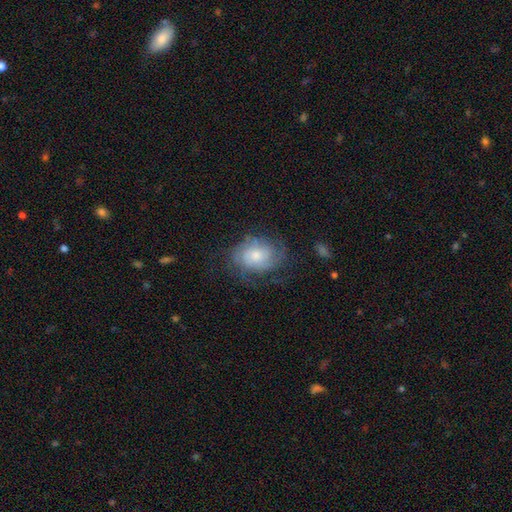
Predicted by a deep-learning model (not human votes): smooth_or_featured: featured or disk (p=0.55) [alt: smooth p=0.37]
disk_edge_on: no (p=0.97) [alt: yes p=0.03]
bar: no (p=0.77) [alt: weak p=0.20]
has_spiral_arms: yes (p=0.79) [alt: no p=0.21]
bulge_size: moderate (p=0.48) [alt: small p=0.38]
merging: none (p=0.59) [alt: minor disturbance p=0.23]